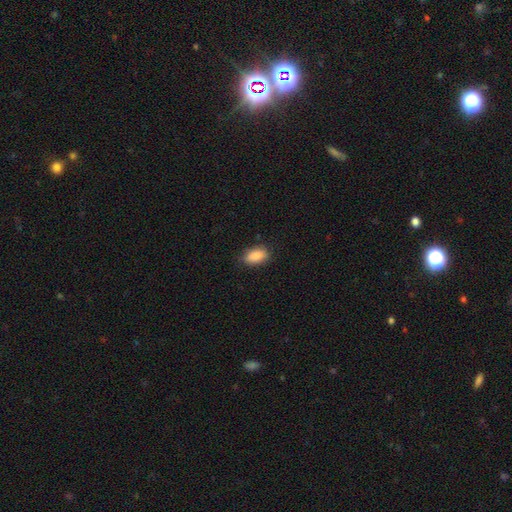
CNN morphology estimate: smooth 89%, star or artifact 7%, featured or disk 4%. Down the decision tree: how rounded — in between (91%); merging — none (80%).